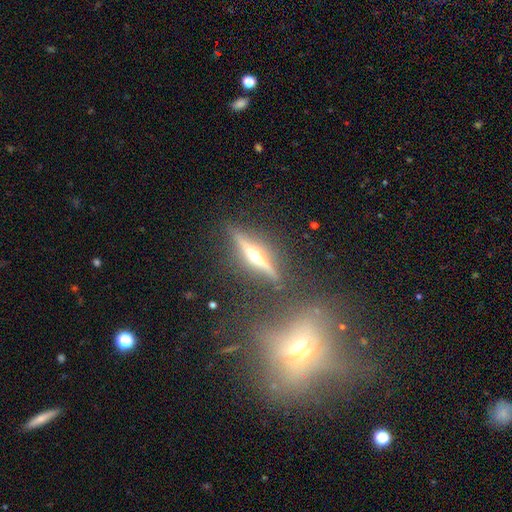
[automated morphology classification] A featured or disk galaxy (79%) viewed edge-on (96%) with a rounded central bulge (94%).

Vote fractions:
- Smooth or featured? featured or disk: 79% / smooth: 13% / star or artifact: 8%
- Edge-on disk? yes: 96% / no: 4%
- Edge-on bulge? rounded: 94% / boxy: 4% / none: 3%
- Merging? none: 85% / minor disturbance: 9% / major disturbance: 3% / merger: 3%